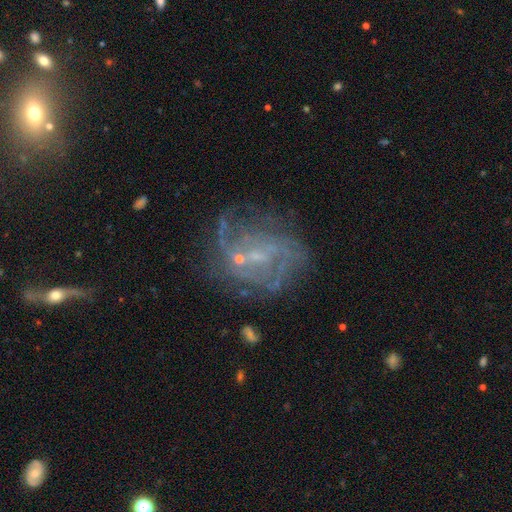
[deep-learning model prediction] smooth-or-featured: featured or disk: 74% | star or artifact: 14% | smooth: 12%
  disk-edge-on: no: 97% | yes: 3%
    bar: weak: 46% | no: 42% | strong: 12%
    has-spiral-arms: yes: 75% | no: 25%
      spiral-winding: tight: 38% (tied) | medium: 38% (tied) | loose: 24%
      spiral-arm-count: can't tell: 47% | 2: 18% | 3: 14% | 4: 9% | 1: 7% | more than 4: 6%
    bulge-size: small: 64% | none: 20% | moderate: 14% | large: 1% | dominant: 1%
  merging: none: 57% | major disturbance: 19% | minor disturbance: 18% | merger: 6%